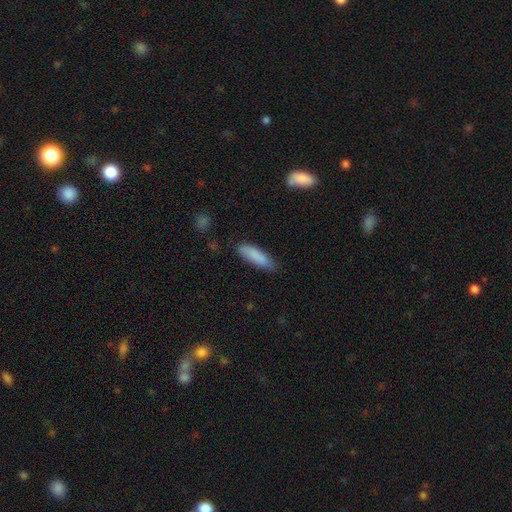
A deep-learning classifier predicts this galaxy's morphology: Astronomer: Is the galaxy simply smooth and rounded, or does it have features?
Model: smooth — 86%.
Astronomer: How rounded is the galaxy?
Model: cigar-shaped — 55% (runner-up: in between, 43%).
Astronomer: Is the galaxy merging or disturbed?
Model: none — 78%.